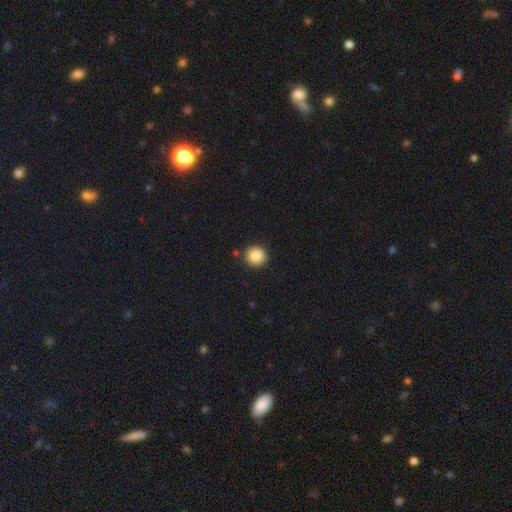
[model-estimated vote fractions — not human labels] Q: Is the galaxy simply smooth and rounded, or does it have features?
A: smooth — 86%.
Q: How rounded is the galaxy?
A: round — 92%.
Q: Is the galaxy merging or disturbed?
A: none — 89%.